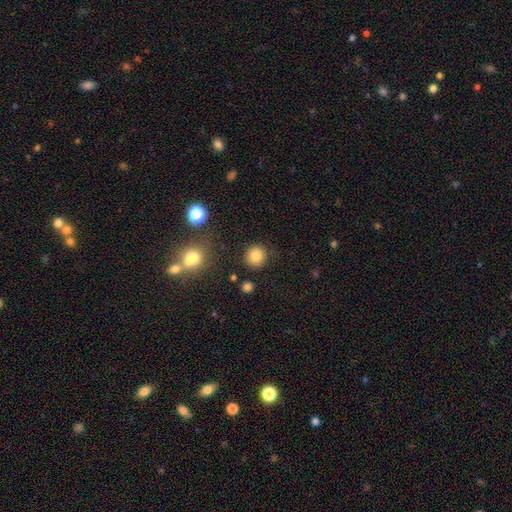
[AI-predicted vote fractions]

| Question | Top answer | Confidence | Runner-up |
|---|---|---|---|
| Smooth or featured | smooth | 83% | star or artifact (11%) |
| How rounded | round | 90% | in between (9%) |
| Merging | none | 87% | minor disturbance (7%) |